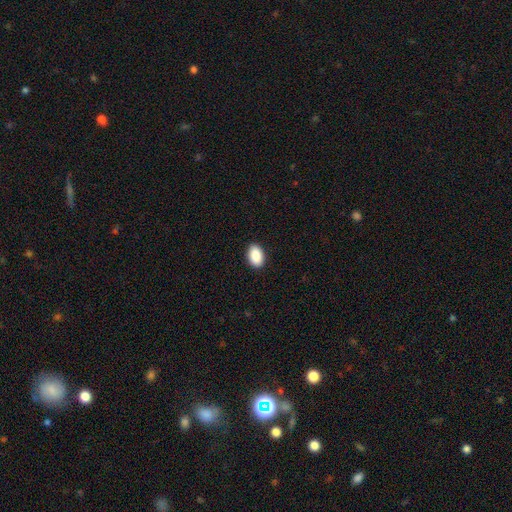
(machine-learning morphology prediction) Q: Smooth or featured?
A: smooth (91%); runner-up: star or artifact (7%)
Q: How rounded?
A: in between (91%); runner-up: round (8%)
Q: Merging?
A: none (90%); runner-up: minor disturbance (7%)